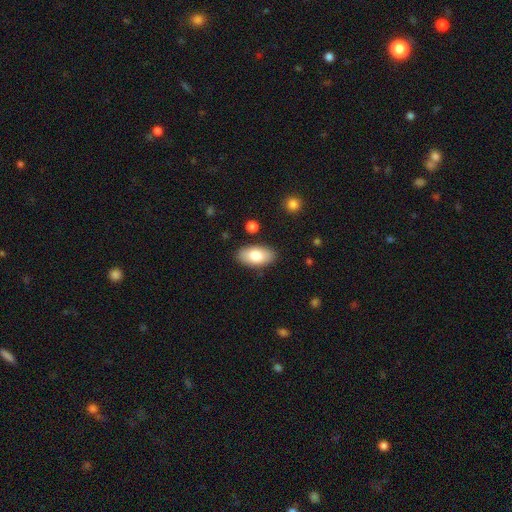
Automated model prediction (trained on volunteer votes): A smooth galaxy with no disk features (80%) that is in between round and cigar-shaped (94%). Merging: none (87%).